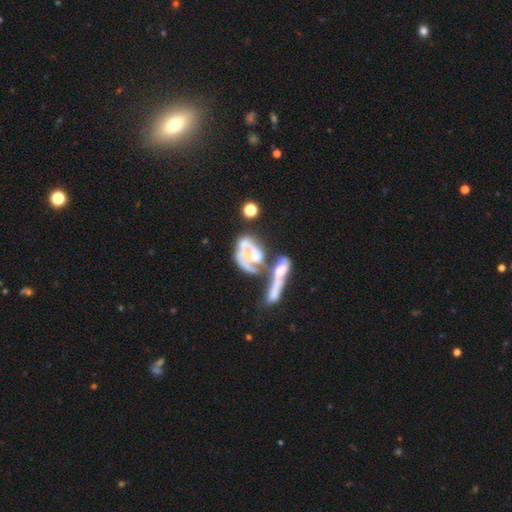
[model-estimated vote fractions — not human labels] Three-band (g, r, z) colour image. It shows a featured or disk galaxy (78%) with no bar (56%), 2 (42%) tight (40%) spiral arms (78%) and no central bulge (37%). Merging: merger (50%).